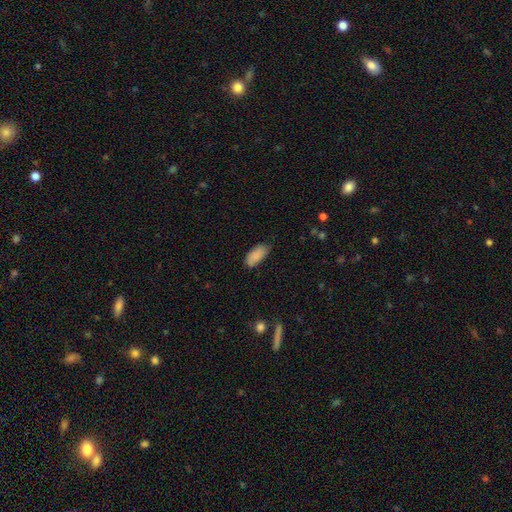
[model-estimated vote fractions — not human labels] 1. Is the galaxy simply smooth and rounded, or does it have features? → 86% smooth, 8% featured or disk, 7% star or artifact.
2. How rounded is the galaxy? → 90% in between, 7% cigar-shaped, 2% round.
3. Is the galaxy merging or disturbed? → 69% none, 25% minor disturbance, 4% major disturbance, 2% merger.